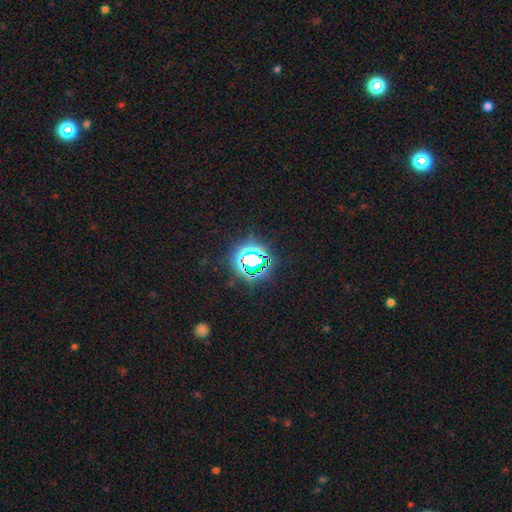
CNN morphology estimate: This appears to be a star or artifact, not a galaxy (74%).